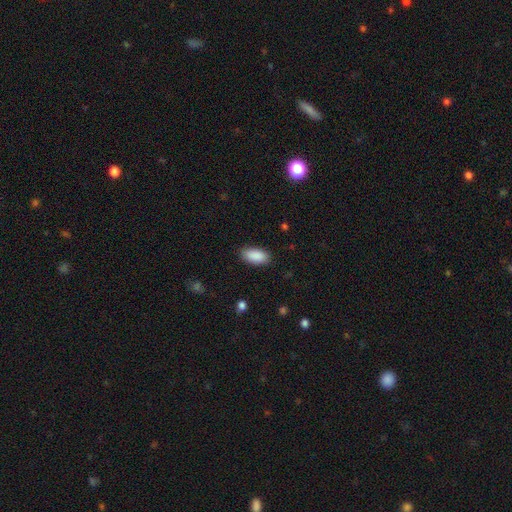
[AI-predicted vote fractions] This is clearly a smooth galaxy (90%). How rounded: clearly in between (93%). Merging: clearly none (86%).